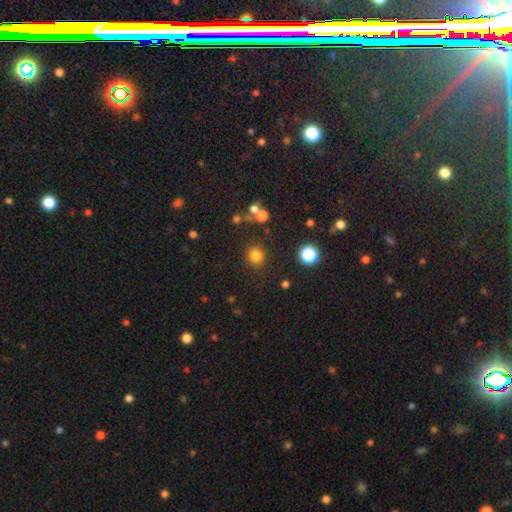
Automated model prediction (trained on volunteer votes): A smooth galaxy with no disk features (79%) that is round (89%).

Vote fractions:
- Smooth or featured? smooth: 79% / star or artifact: 16% / featured or disk: 5%
- How rounded? round: 89% / in between: 10% / cigar-shaped: 1%
- Merging? none: 85% / minor disturbance: 8% / major disturbance: 4% / merger: 3%